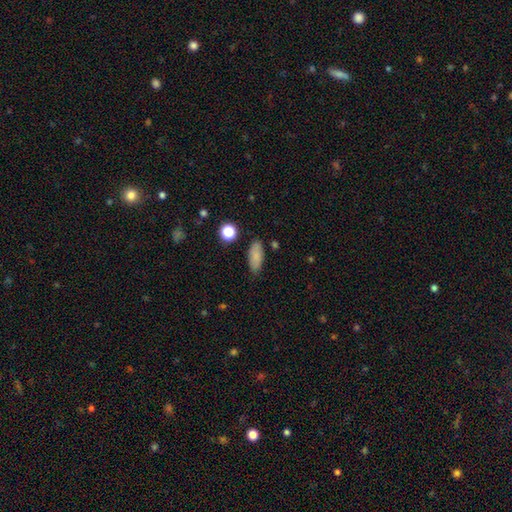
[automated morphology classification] type=smooth (82%); roundness=in between (81%); merging=none (80%).